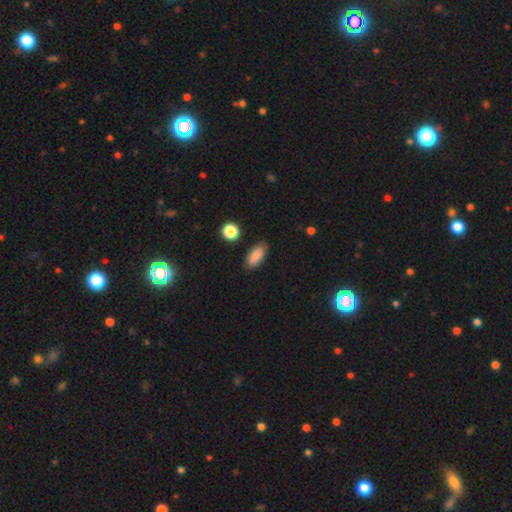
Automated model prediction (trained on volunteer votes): smooth 86%, star or artifact 8%, featured or disk 6%. Down the decision tree: how rounded — in between (87%); merging — none (83%).